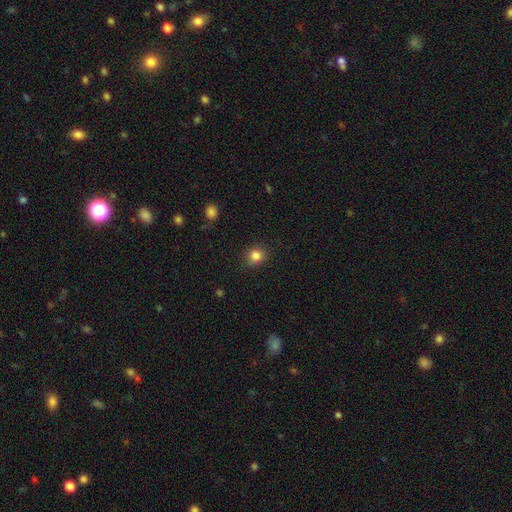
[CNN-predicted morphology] smooth-or-featured: smooth: 84% | star or artifact: 11% | featured or disk: 5%
  how-rounded: round: 81% | in between: 18% | cigar-shaped: 1%
  merging: none: 89% | minor disturbance: 8% | major disturbance: 2% | merger: 1%